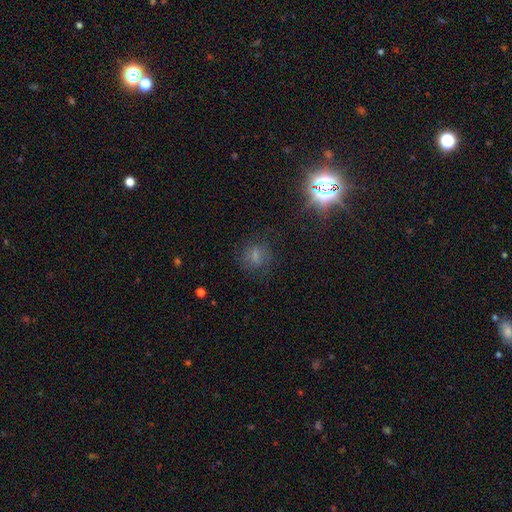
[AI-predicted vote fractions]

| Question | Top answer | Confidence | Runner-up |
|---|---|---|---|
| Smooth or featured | smooth | 54% | star or artifact (25%) |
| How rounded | round | 70% | in between (27%) |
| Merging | none | 72% | minor disturbance (15%) |